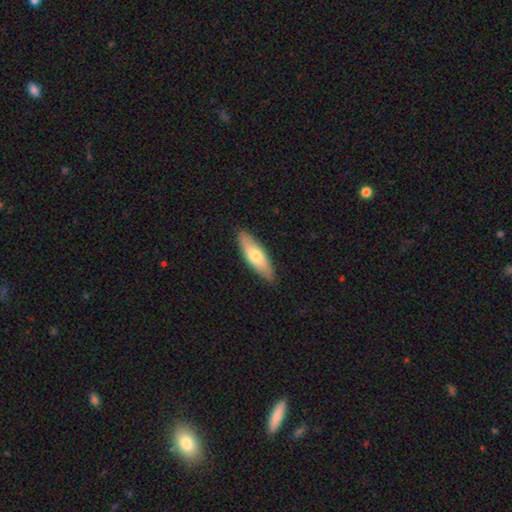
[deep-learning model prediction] Smooth or featured? Predicted: smooth (p=0.65). How rounded? Predicted: in between (p=0.50). Merging? Predicted: none (p=0.88).